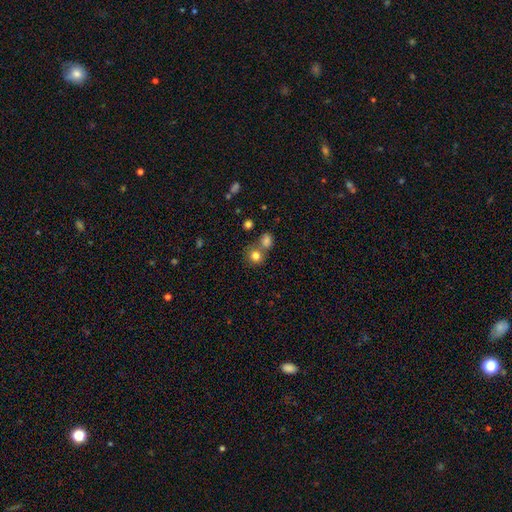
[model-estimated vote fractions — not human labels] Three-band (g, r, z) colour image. It shows a smooth galaxy with no disk features (80%) that is round (82%). Merging: none (52%).